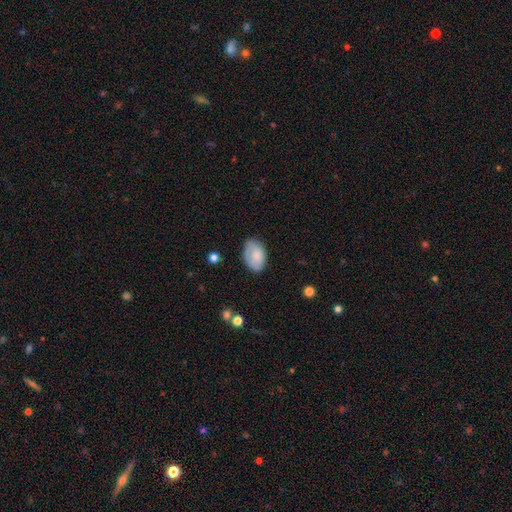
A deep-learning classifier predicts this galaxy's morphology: A smooth galaxy with no disk features (79%) that is in between round and cigar-shaped (91%).

Vote fractions:
- Smooth or featured? smooth: 79% / featured or disk: 14% / star or artifact: 7%
- How rounded? in between: 91% / round: 8% / cigar-shaped: 1%
- Merging? none: 65% / minor disturbance: 26% / major disturbance: 7% / merger: 2%